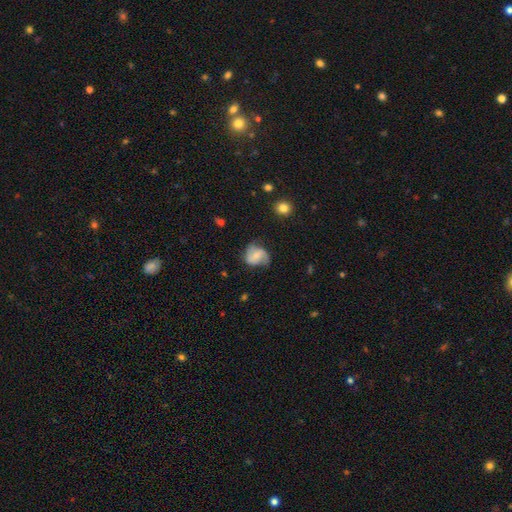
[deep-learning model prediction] Morphology: type=featured or disk (58%); edge-on=no (97%); bar=weak (44%); spiral arms=yes (87%); bulge=small (51%); merging=none (60%).